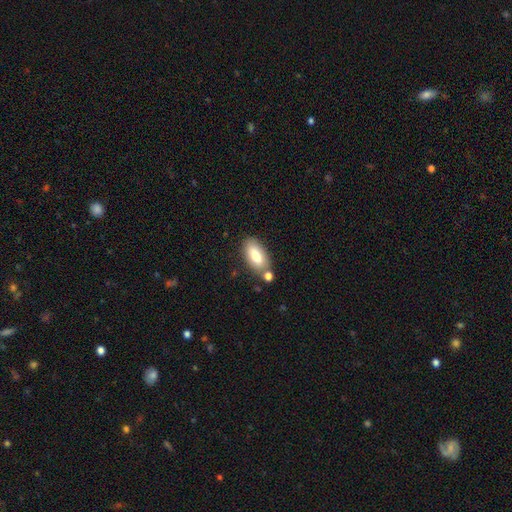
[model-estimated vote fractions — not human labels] Morphology: type=smooth (79%); roundness=in between (90%); merging=none (68%).